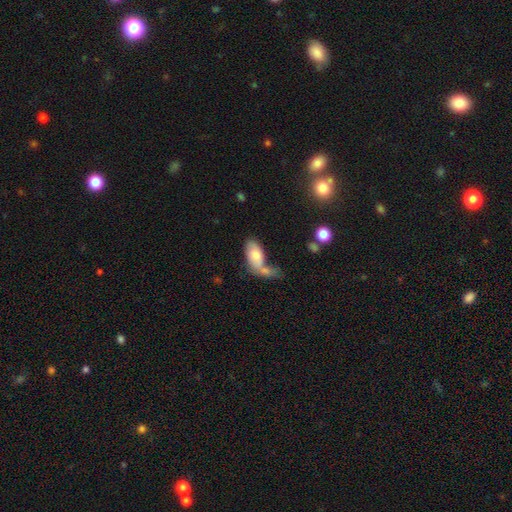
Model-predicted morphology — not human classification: A smooth galaxy with no disk features (71%) that is in between round and cigar-shaped (92%).

Vote fractions:
- Smooth or featured? smooth: 71% / featured or disk: 23% / star or artifact: 7%
- How rounded? in between: 92% / cigar-shaped: 4% / round: 4%
- Merging? merger: 51% / none: 26% / minor disturbance: 13% / major disturbance: 10%